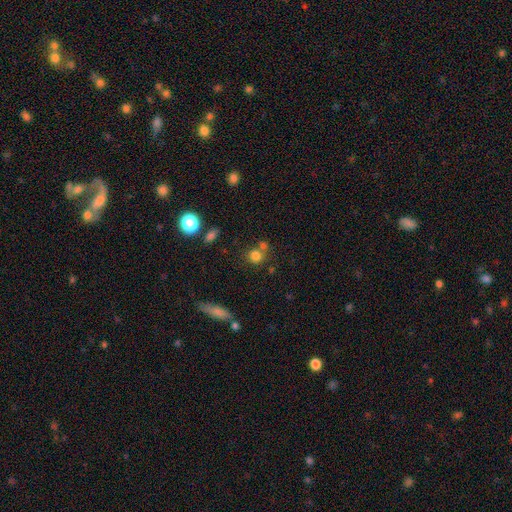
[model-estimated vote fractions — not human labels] Smooth or featured? smooth (78%)
How rounded? round (84%)
Merging? none (58%)